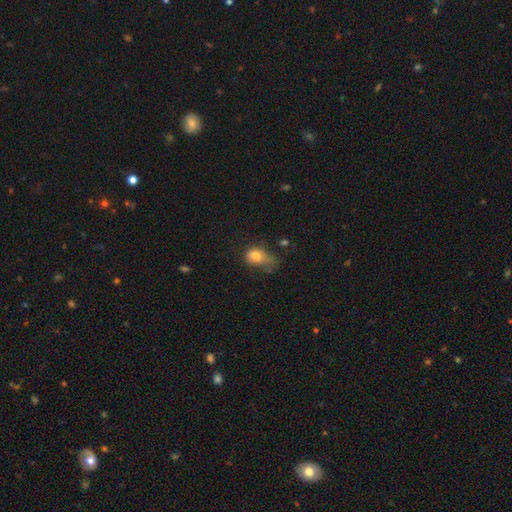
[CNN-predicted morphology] smooth-or-featured: smooth: 77% | featured or disk: 13% | star or artifact: 10%
  how-rounded: in between: 70% | round: 28% | cigar-shaped: 2%
  merging: major disturbance: 38% | minor disturbance: 34% | none: 23% | merger: 5%